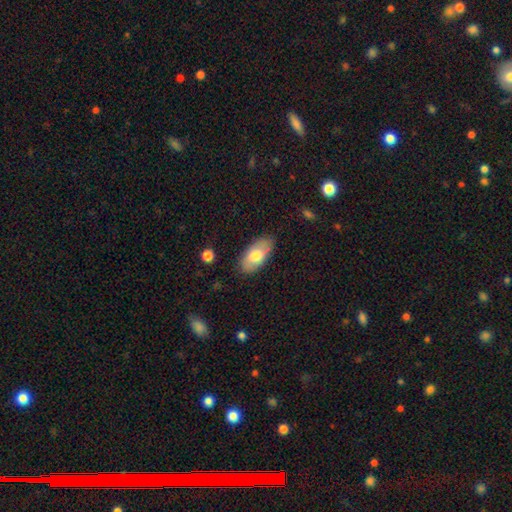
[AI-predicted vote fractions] Smooth or featured: smooth — 69% (featured or disk — 25%)
How rounded: in between — 93% (cigar-shaped — 4%)
Merging: none — 82% (minor disturbance — 13%)